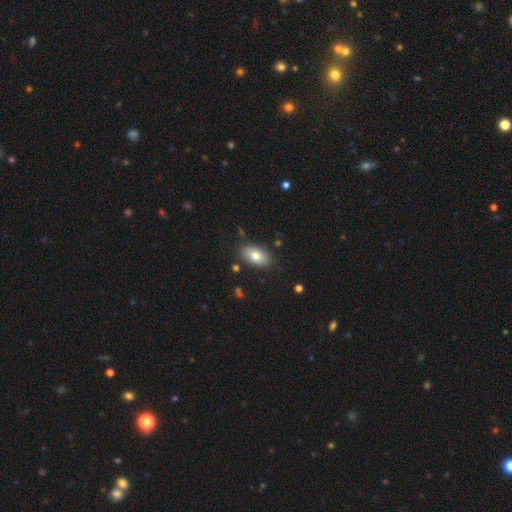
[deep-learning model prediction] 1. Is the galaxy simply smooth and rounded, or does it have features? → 78% smooth, 14% featured or disk, 8% star or artifact.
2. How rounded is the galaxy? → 91% in between, 7% round, 2% cigar-shaped.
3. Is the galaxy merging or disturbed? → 84% none, 11% minor disturbance, 3% major disturbance, 2% merger.